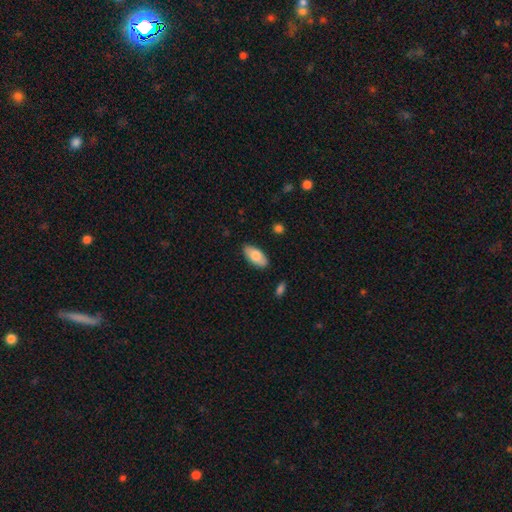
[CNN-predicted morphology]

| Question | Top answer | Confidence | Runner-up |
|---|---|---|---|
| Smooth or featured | smooth | 77% | featured or disk (17%) |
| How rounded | in between | 92% | cigar-shaped (6%) |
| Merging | none | 85% | minor disturbance (11%) |